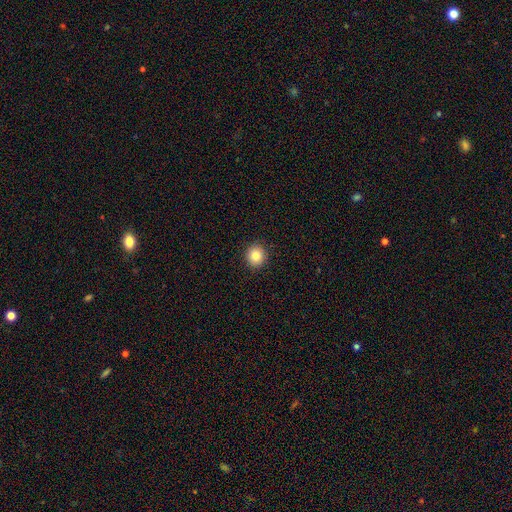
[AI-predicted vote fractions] smooth 83%, star or artifact 10%, featured or disk 7%. Down the decision tree: how rounded — round (88%); merging — none (92%).